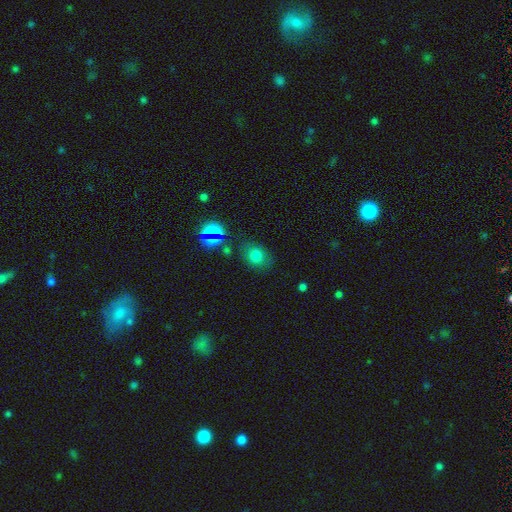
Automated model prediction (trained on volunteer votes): Smooth or featured?
  - smooth: 71% *
  - star or artifact: 21%
  - featured or disk: 8%
How rounded?
  - round: 54% *
  - in between: 45%
  - cigar-shaped: 1%
Merging?
  - none: 74% *
  - minor disturbance: 15%
  - major disturbance: 6%
  - merger: 5%